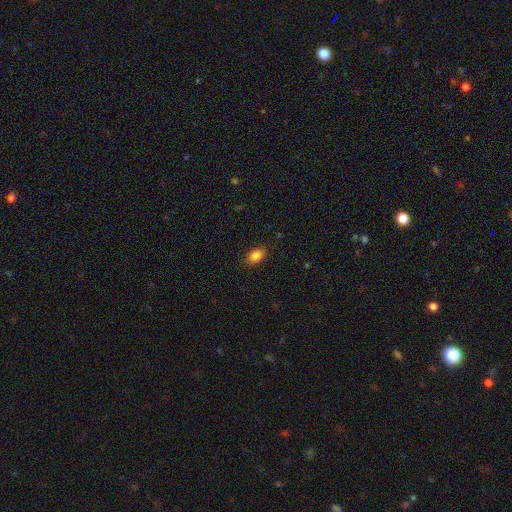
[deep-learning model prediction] Smooth or featured: smooth — 85% (star or artifact — 9%)
How rounded: in between — 84% (round — 15%)
Merging: none — 87% (minor disturbance — 9%)